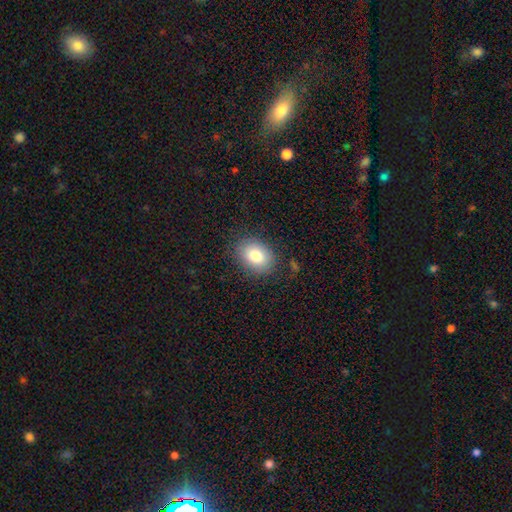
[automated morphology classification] Smooth or featured? Predicted: smooth (p=0.83). How rounded? Predicted: in between (p=0.72). Merging? Predicted: none (p=0.82).